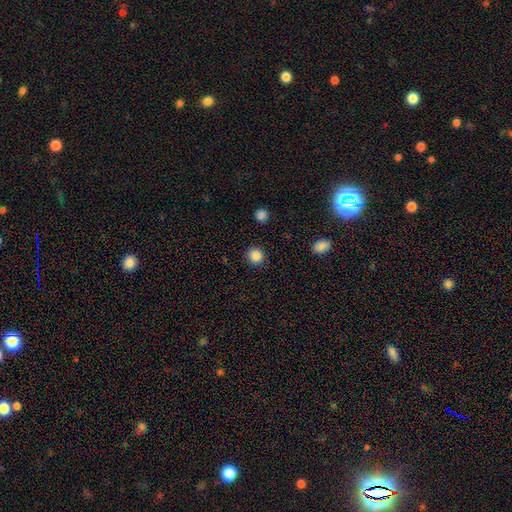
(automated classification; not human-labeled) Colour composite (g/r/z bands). It shows a smooth galaxy with no disk features (86%) that is round (93%). Merging: none (90%).